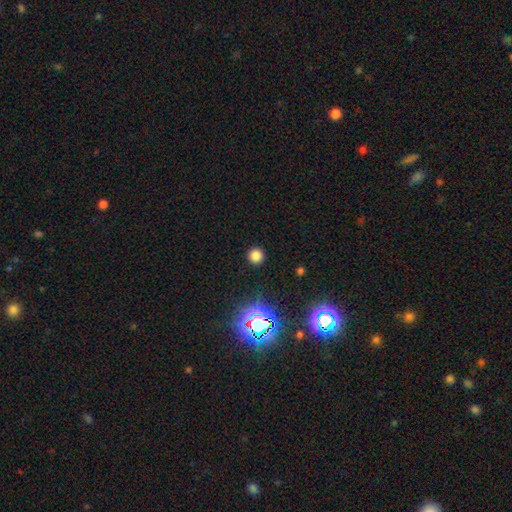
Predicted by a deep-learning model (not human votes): Smooth or featured?
  - smooth: 77% *
  - star or artifact: 19%
  - featured or disk: 4%
How rounded?
  - round: 94% *
  - in between: 5%
  - cigar-shaped: 1%
Merging?
  - none: 91% *
  - minor disturbance: 6%
  - major disturbance: 2%
  - merger: 1%